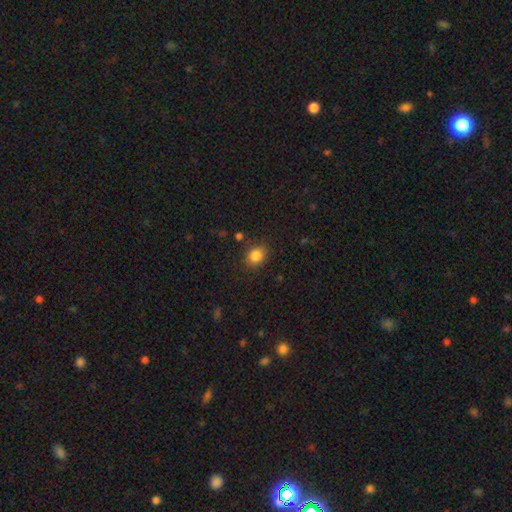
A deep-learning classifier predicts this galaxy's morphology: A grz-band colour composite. It shows a smooth galaxy with no disk features (85%) that is round (56%). Merging: none (82%).